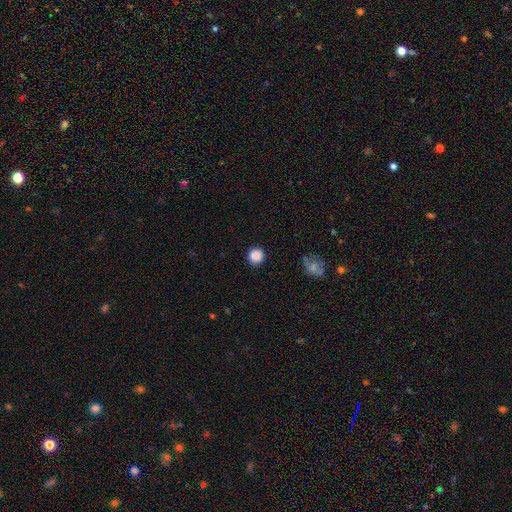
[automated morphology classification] smooth 87%, star or artifact 10%, featured or disk 3%. Down the decision tree: how rounded — round (94%); merging — none (90%).